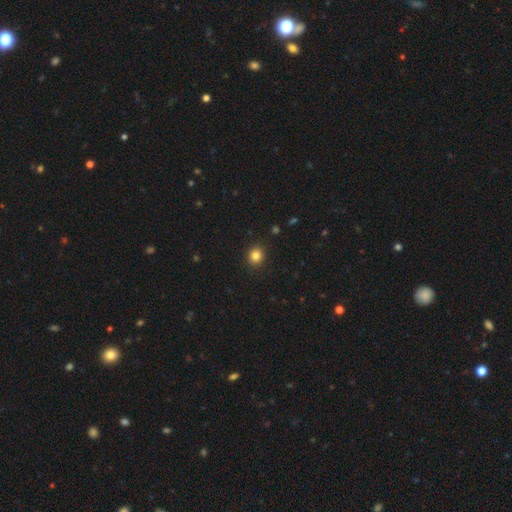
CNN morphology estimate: Smooth or featured?
  - smooth: 83% *
  - star or artifact: 12%
  - featured or disk: 5%
How rounded?
  - round: 85% *
  - in between: 14%
  - cigar-shaped: 1%
Merging?
  - none: 92% *
  - minor disturbance: 5%
  - major disturbance: 2%
  - merger: 1%